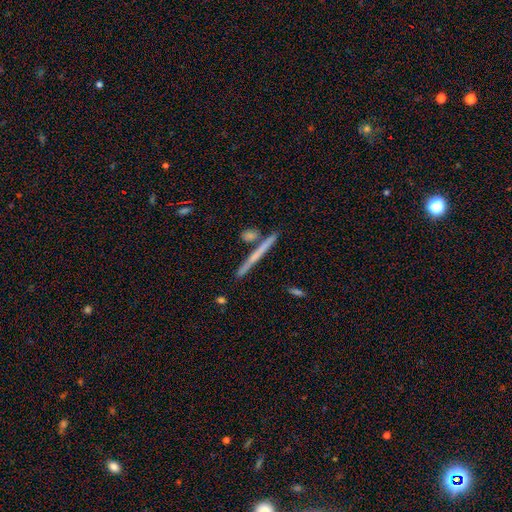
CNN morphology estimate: featured or disk 50%, smooth 43%, star or artifact 7%. Down the decision tree: merging — none (83%).